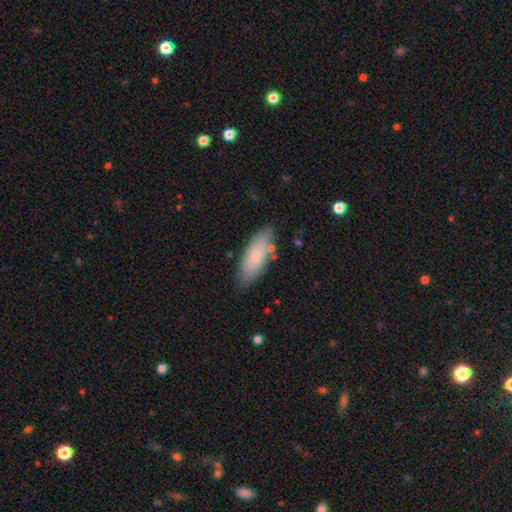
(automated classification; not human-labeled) smooth 77%, featured or disk 17%, star or artifact 6%. Down the decision tree: how rounded — in between (72%); merging — none (80%).